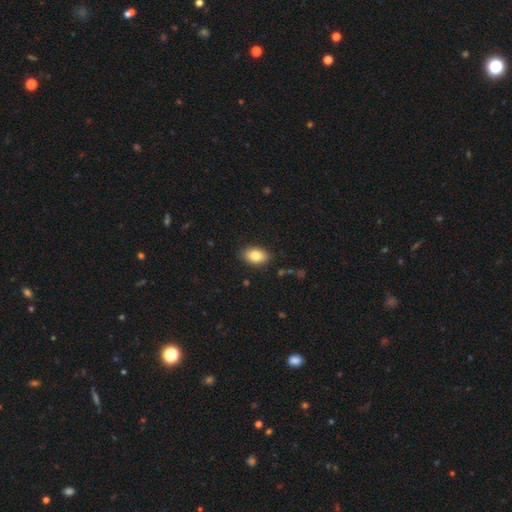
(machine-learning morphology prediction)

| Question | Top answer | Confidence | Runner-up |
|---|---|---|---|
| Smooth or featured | smooth | 83% | featured or disk (10%) |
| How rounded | in between | 89% | round (9%) |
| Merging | none | 88% | minor disturbance (9%) |